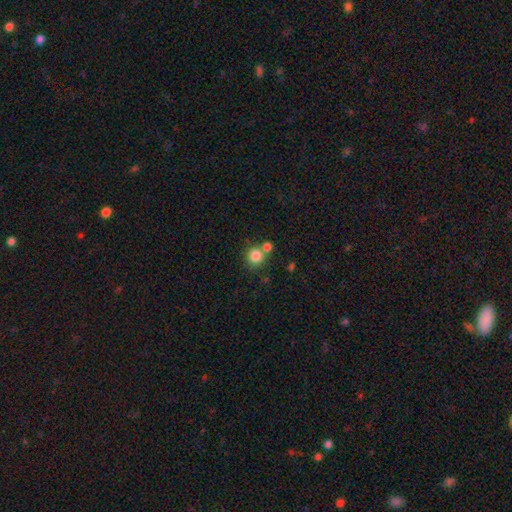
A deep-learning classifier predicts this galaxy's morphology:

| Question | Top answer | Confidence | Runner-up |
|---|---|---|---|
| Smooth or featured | smooth | 83% | star or artifact (11%) |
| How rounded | round | 91% | in between (8%) |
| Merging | none | 62% | merger (28%) |